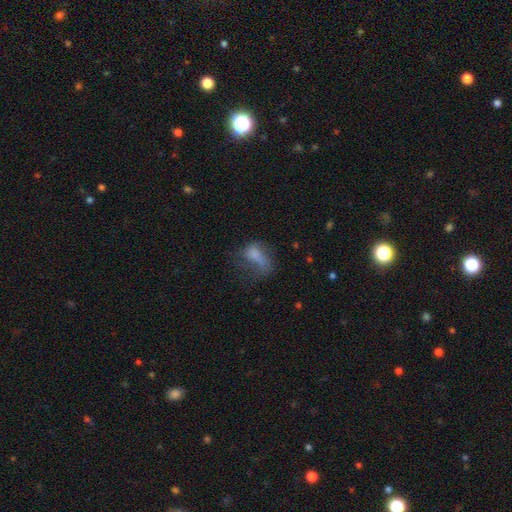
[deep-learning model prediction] A smooth galaxy with no disk features (63%) that is in between round and cigar-shaped (82%). Merging: major disturbance (49%).